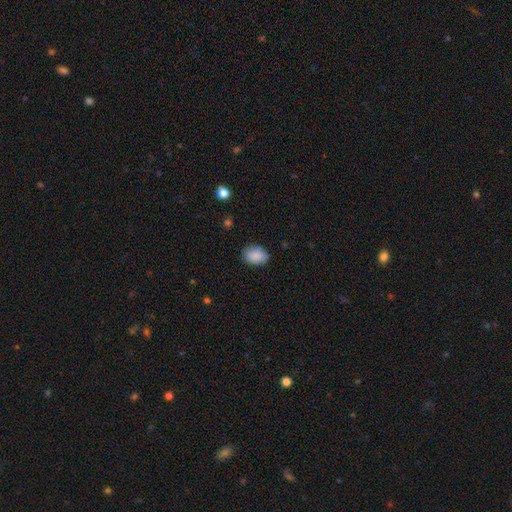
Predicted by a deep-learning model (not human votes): smooth_or_featured: smooth (p=0.88) [alt: star or artifact p=0.08]
how_rounded: in between (p=0.69) [alt: round p=0.29]
merging: none (p=0.81) [alt: minor disturbance p=0.15]